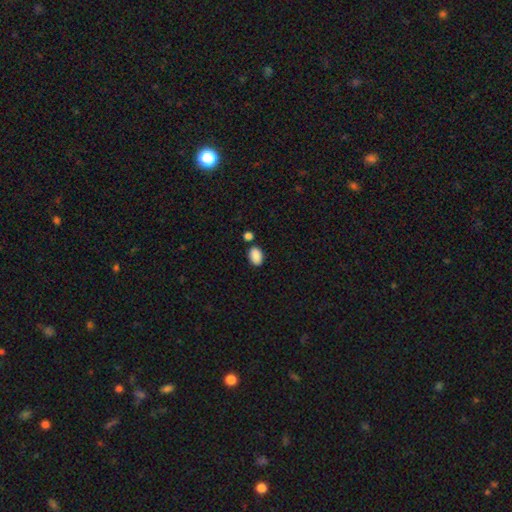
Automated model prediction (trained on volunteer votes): A smooth galaxy with no disk features (89%) that is in between round and cigar-shaped (87%). Merging: none (76%).